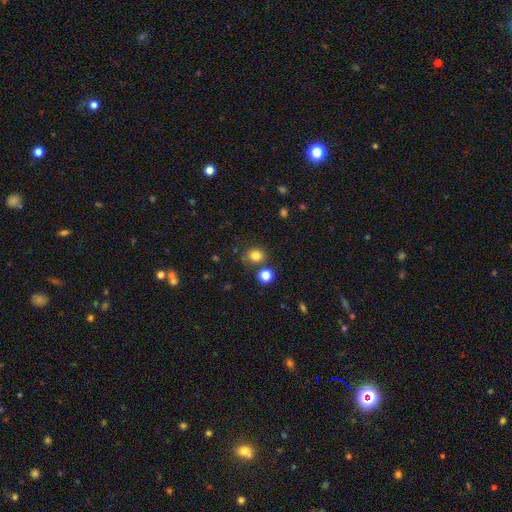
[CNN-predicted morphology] type=smooth (80%); roundness=round (72%); merging=none (76%).